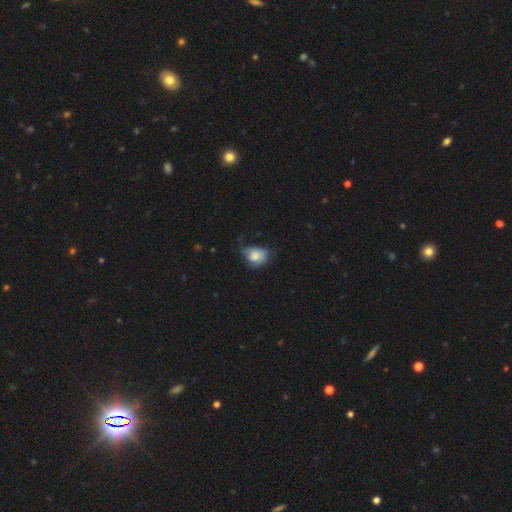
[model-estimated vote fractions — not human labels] Q: Smooth or featured?
A: smooth (75%); runner-up: featured or disk (16%)
Q: How rounded?
A: in between (52%); runner-up: round (48%)
Q: Merging?
A: minor disturbance (39%); runner-up: none (37%)